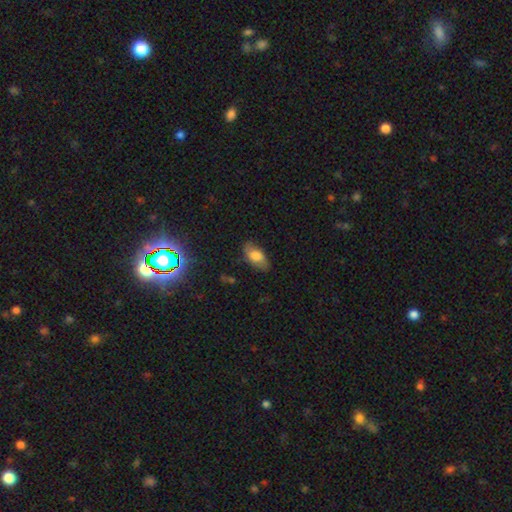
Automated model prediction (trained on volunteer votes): Smooth or featured? Predicted: smooth (p=0.72). How rounded? Predicted: in between (p=0.91). Merging? Predicted: none (p=0.79).